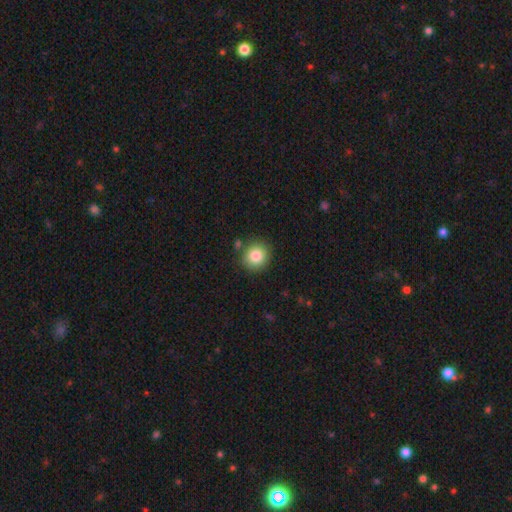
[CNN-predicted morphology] A smooth galaxy with no disk features (85%) that is round (88%).

Vote fractions:
- Smooth or featured? smooth: 85% / star or artifact: 9% / featured or disk: 6%
- How rounded? round: 88% / in between: 11% / cigar-shaped: 1%
- Merging? none: 83% / minor disturbance: 9% / merger: 5% / major disturbance: 3%